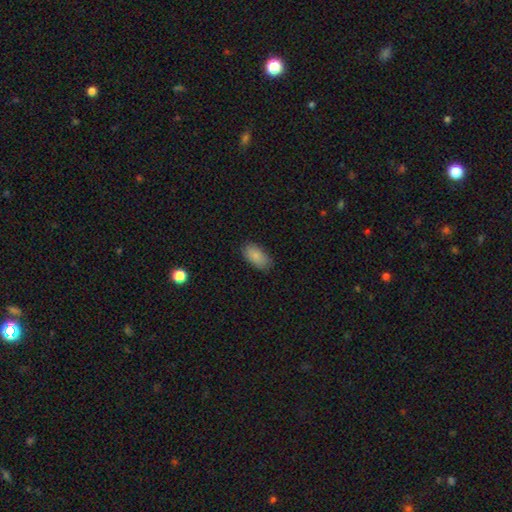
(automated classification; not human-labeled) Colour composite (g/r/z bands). It shows a smooth galaxy with no disk features (86%) that is in between round and cigar-shaped (93%). Merging: none (82%).